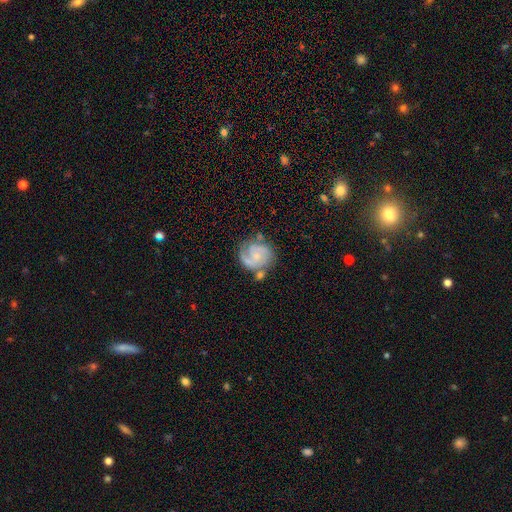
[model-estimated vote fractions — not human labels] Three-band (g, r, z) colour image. It shows a featured or disk galaxy (78%) with no bar (67%), 2 (64%) tight (45%) spiral arms (94%) and a small central bulge (64%). Merging: none (60%).